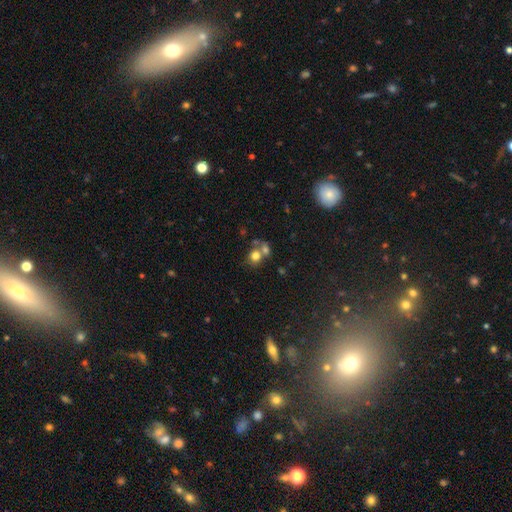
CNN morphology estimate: smooth_or_featured: smooth (p=0.74) [alt: featured or disk p=0.13]
how_rounded: round (p=0.77) [alt: in between p=0.22]
merging: merger (p=0.46) [alt: none p=0.41]